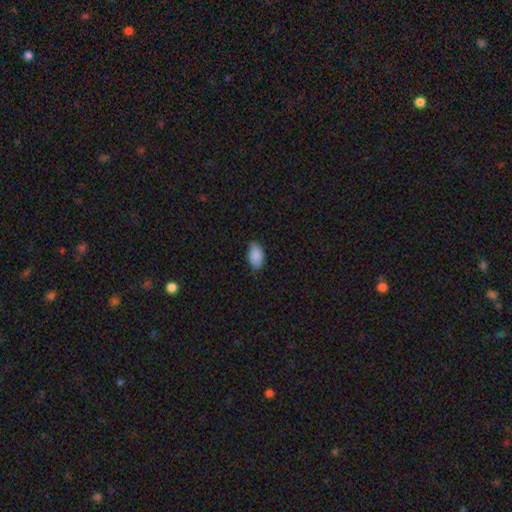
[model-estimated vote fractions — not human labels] smooth 88%, star or artifact 7%, featured or disk 5%. Down the decision tree: how rounded — in between (93%); merging — none (72%).